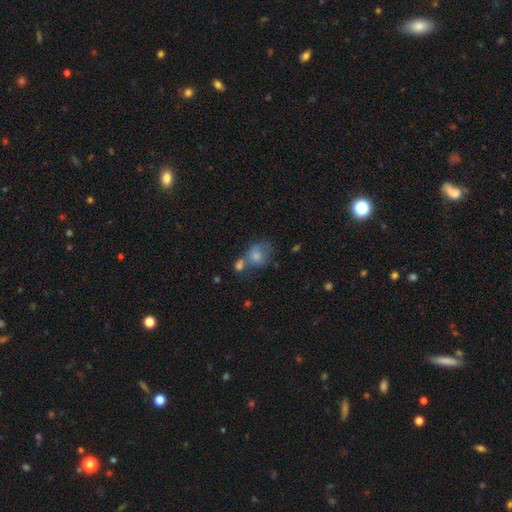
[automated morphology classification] smooth_or_featured: smooth (p=0.72) [alt: featured or disk p=0.18]
how_rounded: round (p=0.54) [alt: in between p=0.45]
merging: merger (p=0.38) [alt: none p=0.31]